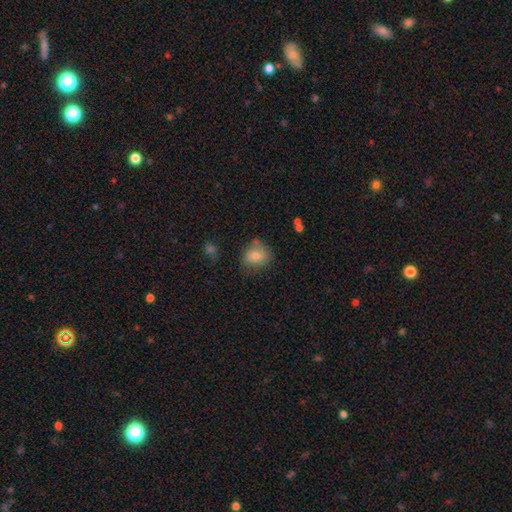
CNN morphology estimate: Smooth or featured? Predicted: smooth (p=0.73). How rounded? Predicted: round (p=0.63). Merging? Predicted: none (p=0.68).